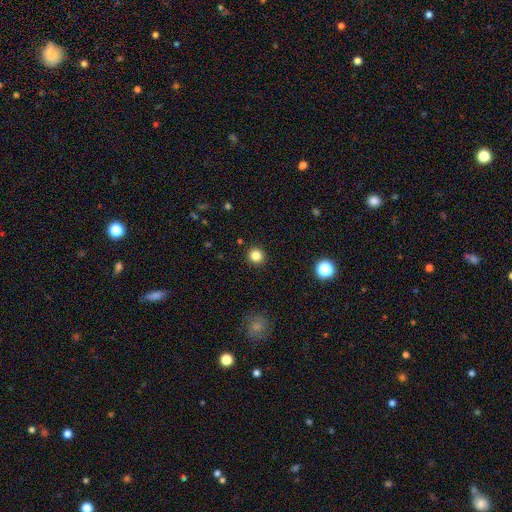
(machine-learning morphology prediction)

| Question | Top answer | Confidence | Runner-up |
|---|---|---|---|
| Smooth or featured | smooth | 83% | star or artifact (12%) |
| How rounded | round | 94% | in between (5%) |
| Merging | none | 92% | minor disturbance (5%) |